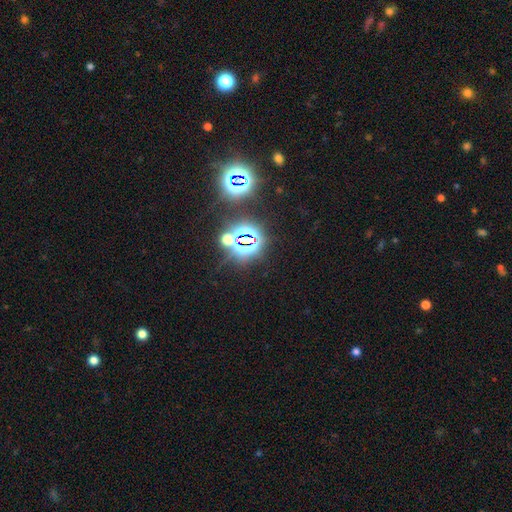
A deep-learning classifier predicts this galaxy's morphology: Smooth or featured? star or artifact (80%)